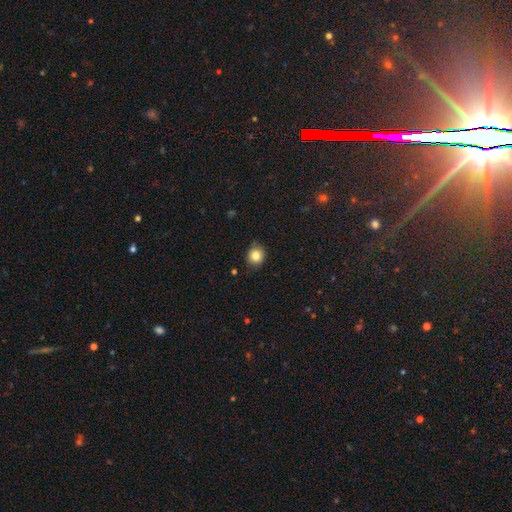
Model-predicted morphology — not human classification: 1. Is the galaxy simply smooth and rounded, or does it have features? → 83% smooth, 10% star or artifact, 7% featured or disk.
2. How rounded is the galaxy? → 80% round, 19% in between, 1% cigar-shaped.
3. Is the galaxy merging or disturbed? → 83% none, 13% minor disturbance, 2% major disturbance, 1% merger.